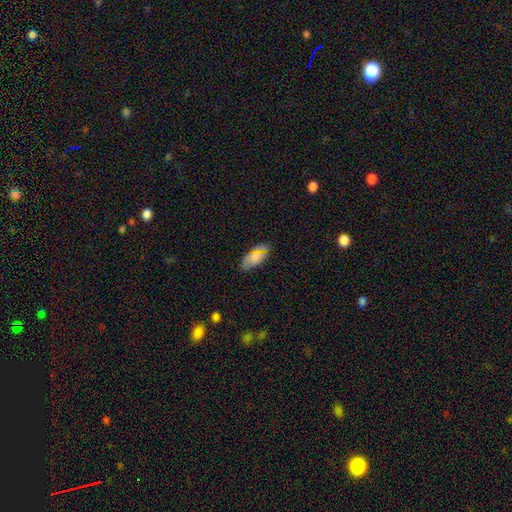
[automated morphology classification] Overall: smooth (74%). How rounded: in between (91%). Merging: none (80%).